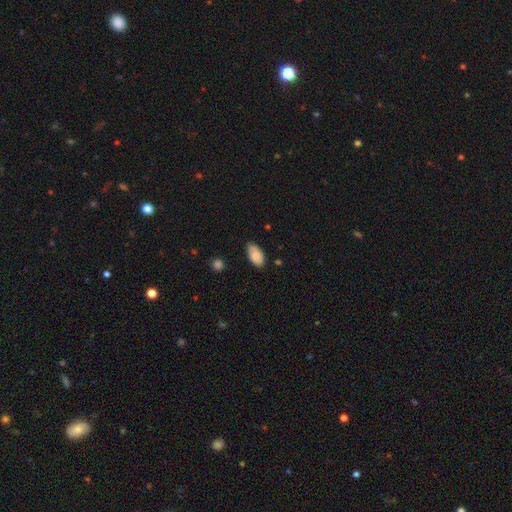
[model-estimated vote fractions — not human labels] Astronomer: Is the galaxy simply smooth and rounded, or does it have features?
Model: smooth — 81%.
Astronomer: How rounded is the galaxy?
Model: in between — 94%.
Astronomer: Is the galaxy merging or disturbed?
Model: none — 70%.